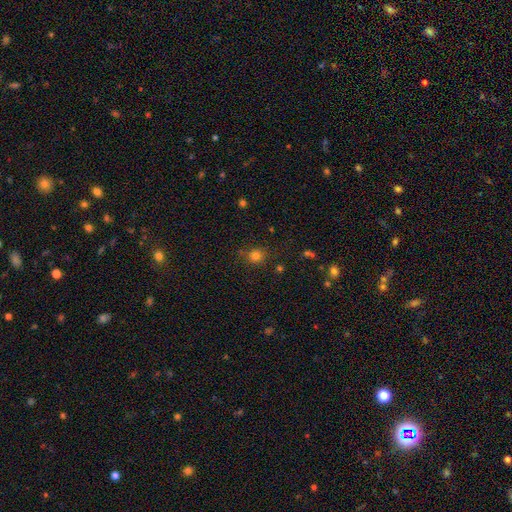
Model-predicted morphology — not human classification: A smooth galaxy with no disk features (78%) that is round (86%).

Vote fractions:
- Smooth or featured? smooth: 78% / star or artifact: 17% / featured or disk: 6%
- How rounded? round: 86% / in between: 13% / cigar-shaped: 1%
- Merging? none: 81% / minor disturbance: 12% / major disturbance: 4% / merger: 3%